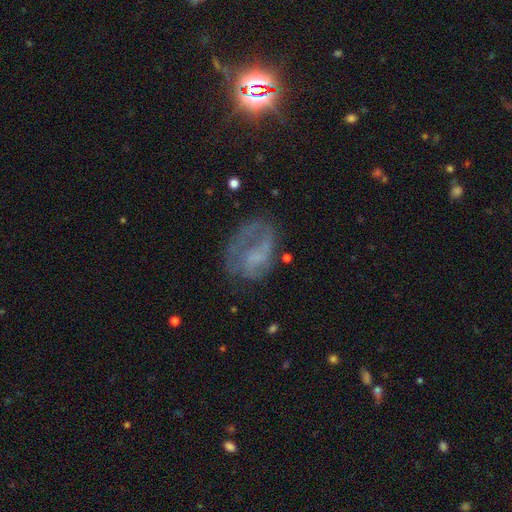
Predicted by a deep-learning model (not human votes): A featured or disk galaxy (57%) with no bar (68%), spiral arms (61%) and no central bulge (57%).

Vote fractions:
- Smooth or featured? featured or disk: 57% / smooth: 31% / star or artifact: 12%
- Edge-on disk? no: 97% / yes: 3%
- Bar? no: 68% / weak: 26% / strong: 6%
- Spiral arms? yes: 61% / no: 39%
- Bulge size? none: 57% / small: 23% / moderate: 15% / large: 4% / dominant: 1%
- Merging? none: 43% / major disturbance: 31% / minor disturbance: 23% / merger: 3%